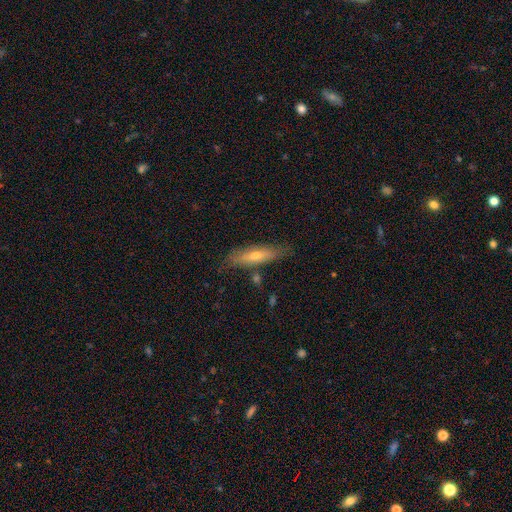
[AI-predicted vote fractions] smooth_or_featured: smooth (p=0.48) [alt: featured or disk p=0.45]
merging: none (p=0.79) [alt: minor disturbance p=0.15]